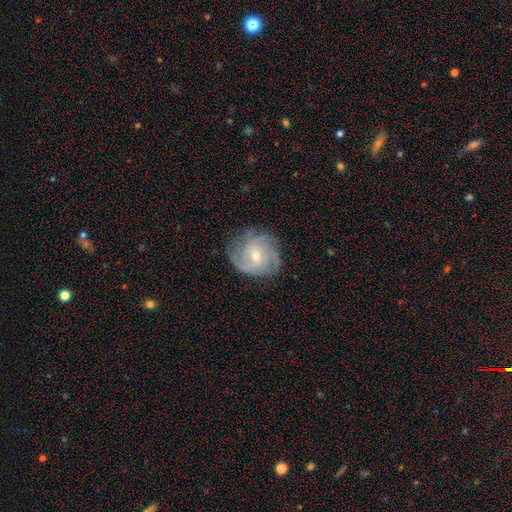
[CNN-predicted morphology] Overall: featured or disk (79%). Edge-on disk: no (97%). Bar: no (56%; weak 36%). Spiral arms: yes (92%). Spiral arm count: can't tell (31%; 3 24%). Spiral winding: tight (48%; medium 38%). Bulge size: small (53%; moderate 44%). Merging: none (72%).